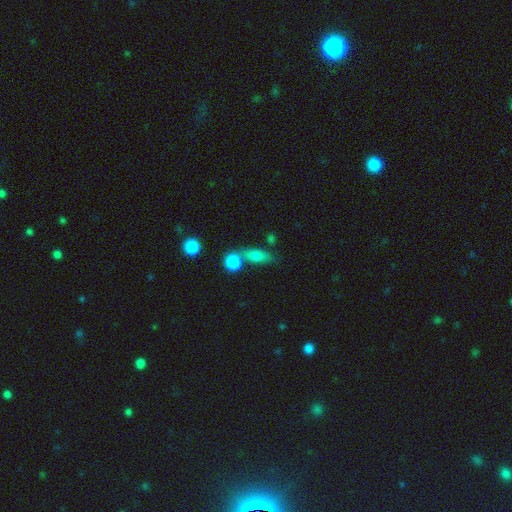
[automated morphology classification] This is likely a smooth galaxy (76%). How rounded: likely in between (61%). Merging: possibly none (51%).